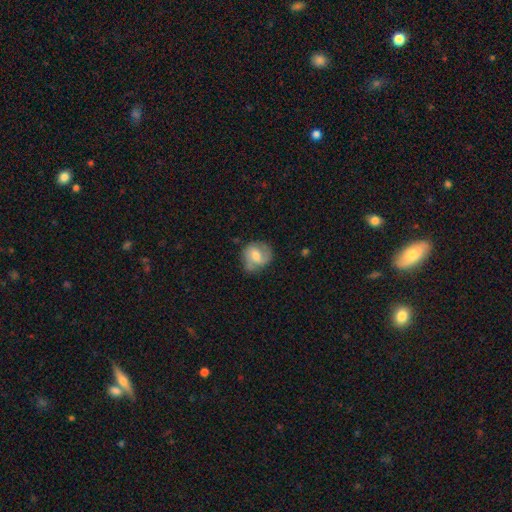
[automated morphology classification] Smooth or featured? featured or disk (57%)
Edge-on disk? no (97%)
Bar? weak (53%)
Spiral arms? yes (85%)
Bulge size? moderate (60%)
Merging? none (63%)